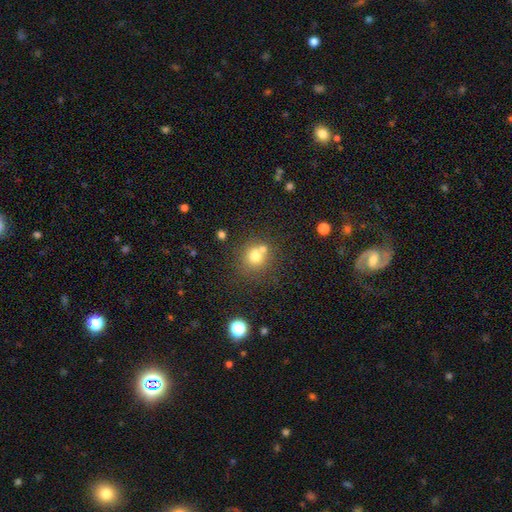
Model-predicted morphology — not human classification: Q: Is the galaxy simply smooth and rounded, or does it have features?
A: smooth — 71%.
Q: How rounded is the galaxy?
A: round — 84%.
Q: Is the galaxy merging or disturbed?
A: none — 54%.